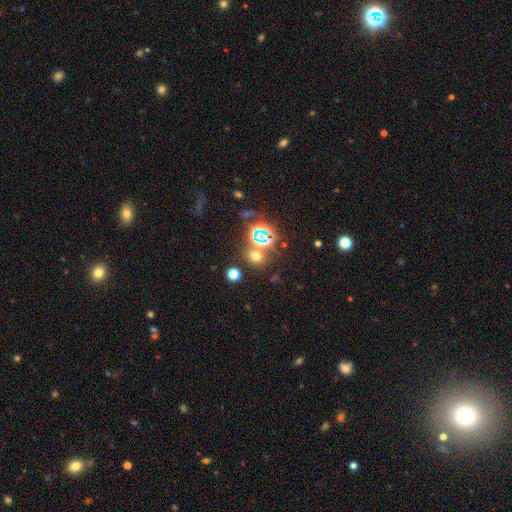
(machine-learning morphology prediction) A smooth galaxy with no disk features (53%) that is round (68%). Merging: none (74%).